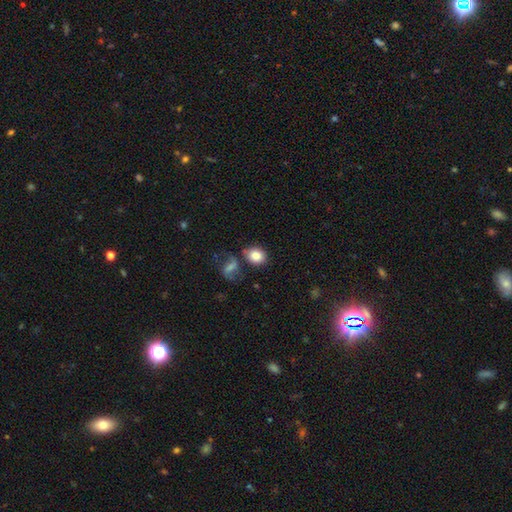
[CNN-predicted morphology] smooth-or-featured: smooth: 83% | star or artifact: 9% | featured or disk: 8%
  how-rounded: round: 52% | in between: 47% | cigar-shaped: 1%
  merging: none: 65% | minor disturbance: 15% | merger: 14% | major disturbance: 6%